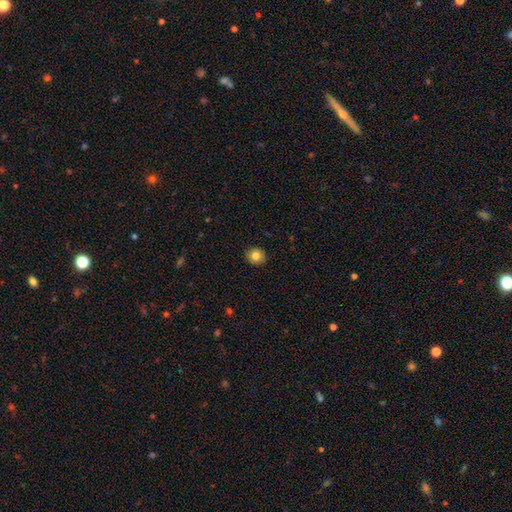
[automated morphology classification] This is clearly a smooth galaxy (83%). How rounded: clearly round (88%). Merging: clearly none (90%).